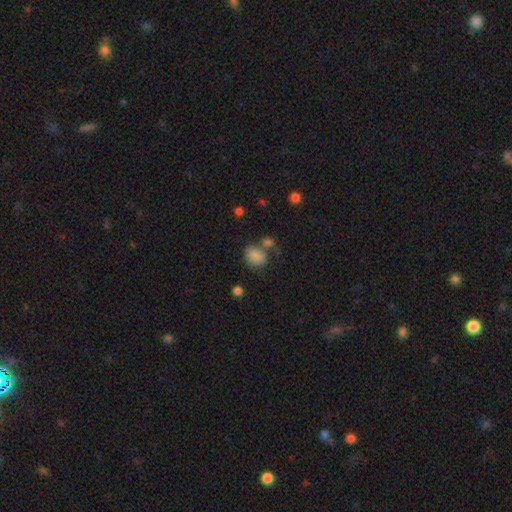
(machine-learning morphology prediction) Q: Smooth or featured?
A: smooth (80%); runner-up: star or artifact (10%)
Q: How rounded?
A: in between (50%); runner-up: round (49%)
Q: Merging?
A: none (53%); runner-up: merger (21%)